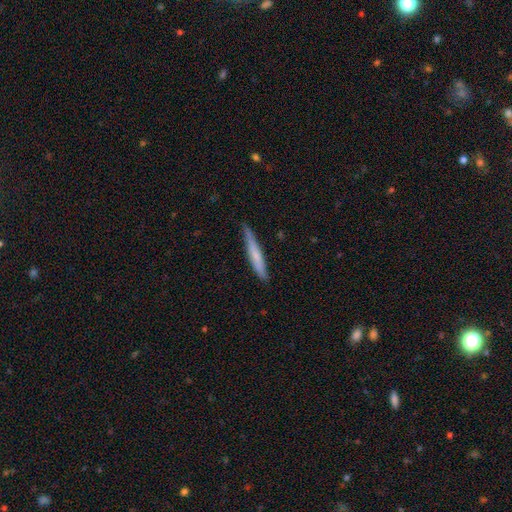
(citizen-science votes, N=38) Morphology: type=smooth (53%); roundness=cigar-shaped (95%); merging=none (83%).